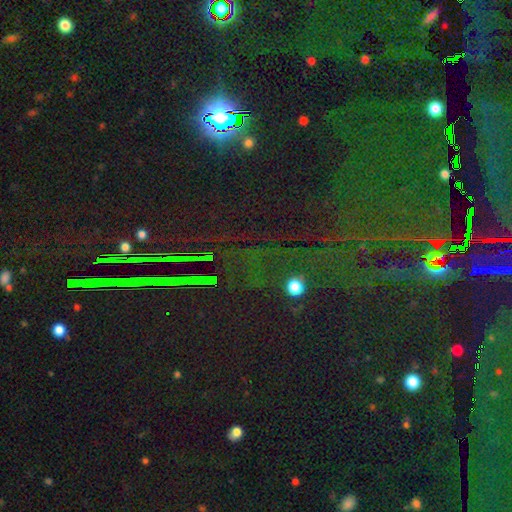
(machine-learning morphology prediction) A star or artifact, not a galaxy (85%).